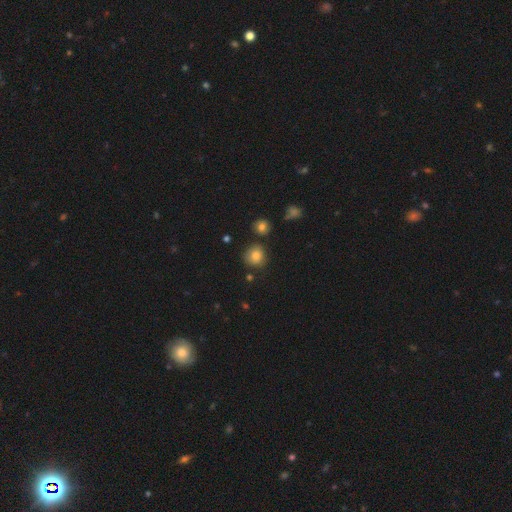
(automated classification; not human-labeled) Smooth or featured: smooth — 81% (star or artifact — 11%)
How rounded: round — 87% (in between — 12%)
Merging: none — 80% (minor disturbance — 12%)